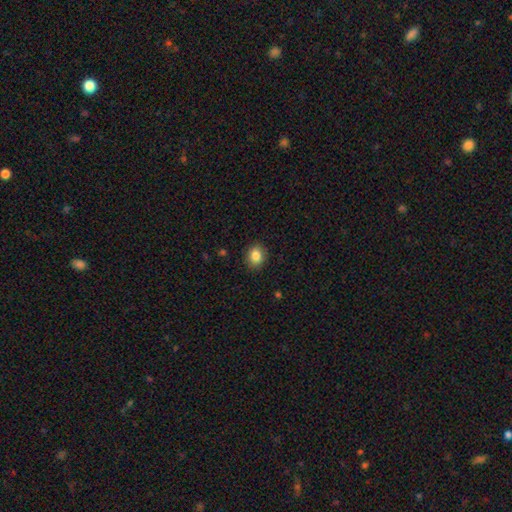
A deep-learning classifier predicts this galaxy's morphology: smooth_or_featured: smooth (p=0.85) [alt: star or artifact p=0.09]
how_rounded: round (p=0.56) [alt: in between p=0.43]
merging: none (p=0.89) [alt: minor disturbance p=0.08]